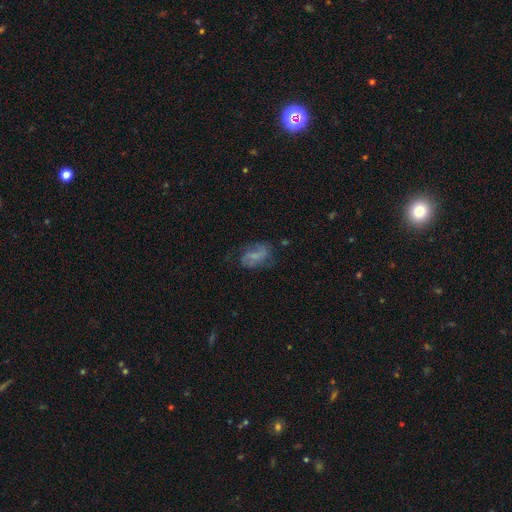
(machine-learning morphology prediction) Overall: smooth (49%; featured or disk 41%). Merging: none (57%; minor disturbance 25%).